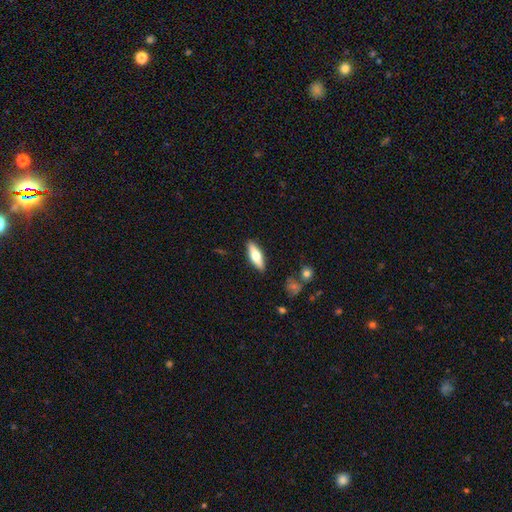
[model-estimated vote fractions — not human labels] Smooth or featured?
  - smooth: 58% *
  - featured or disk: 36%
  - star or artifact: 6%
How rounded?
  - in between: 50% *
  - cigar-shaped: 47%
  - round: 3%
Merging?
  - none: 89% *
  - minor disturbance: 8%
  - major disturbance: 2%
  - merger: 1%